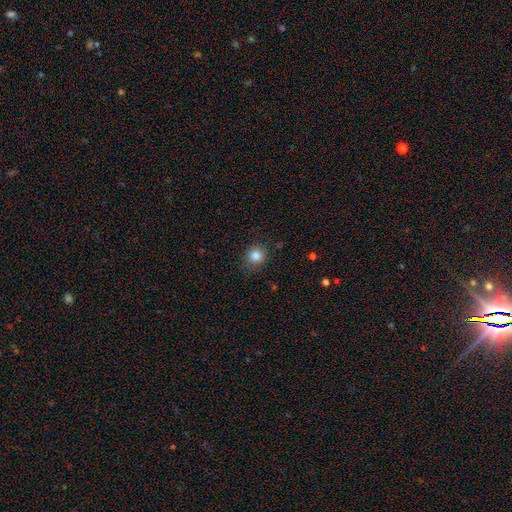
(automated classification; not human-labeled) Smooth or featured? Predicted: smooth (p=0.84). How rounded? Predicted: round (p=0.87). Merging? Predicted: none (p=0.86).